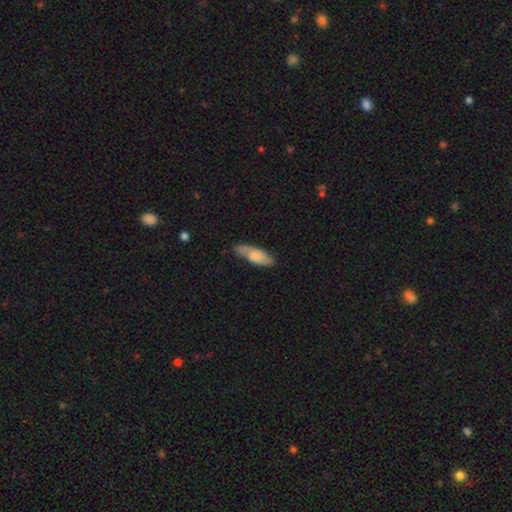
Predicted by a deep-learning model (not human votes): Smooth or featured?
  - smooth: 67% *
  - featured or disk: 27%
  - star or artifact: 6%
How rounded?
  - in between: 57% *
  - cigar-shaped: 41%
  - round: 2%
Merging?
  - none: 69% *
  - minor disturbance: 24%
  - major disturbance: 4%
  - merger: 2%